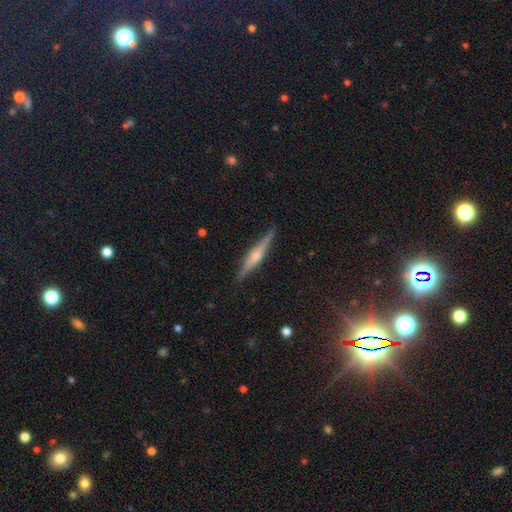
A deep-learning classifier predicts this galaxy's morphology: type=featured or disk (72%); edge-on=yes (98%); edge-on bulge=rounded (81%); merging=none (90%).